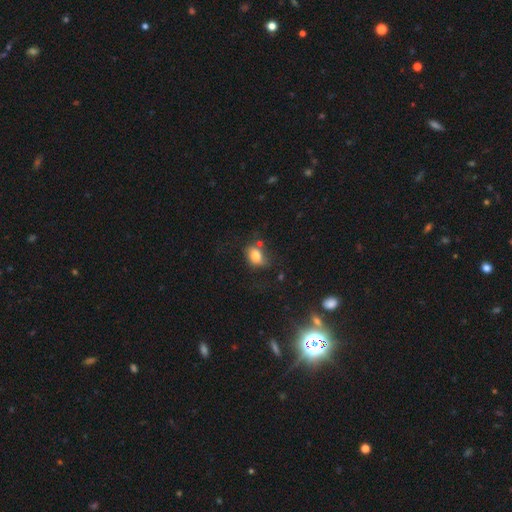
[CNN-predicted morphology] Smooth or featured?
  - smooth: 79% *
  - featured or disk: 11%
  - star or artifact: 10%
How rounded?
  - in between: 68% *
  - round: 31%
  - cigar-shaped: 1%
Merging?
  - none: 57% *
  - minor disturbance: 24%
  - merger: 10%
  - major disturbance: 9%